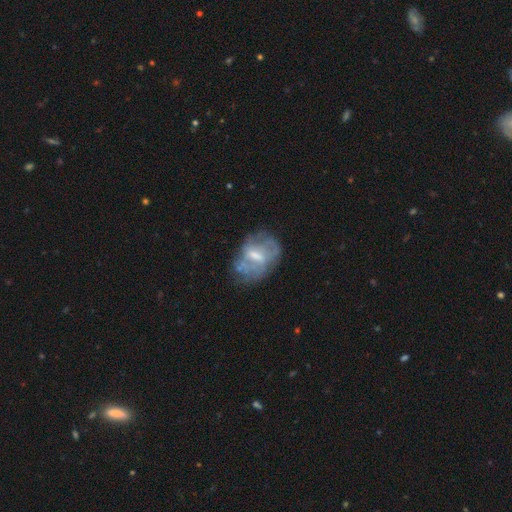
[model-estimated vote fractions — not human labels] smooth-or-featured: featured or disk: 59% | smooth: 31% | star or artifact: 10%
  disk-edge-on: no: 95% | yes: 5%
    bar: weak: 49% | no: 29% | strong: 22%
    has-spiral-arms: no: 66% | yes: 34%
    bulge-size: moderate: 44% | small: 31% | none: 18% | large: 6% | dominant: 1%
  merging: none: 50% | minor disturbance: 24% | major disturbance: 19% | merger: 7%